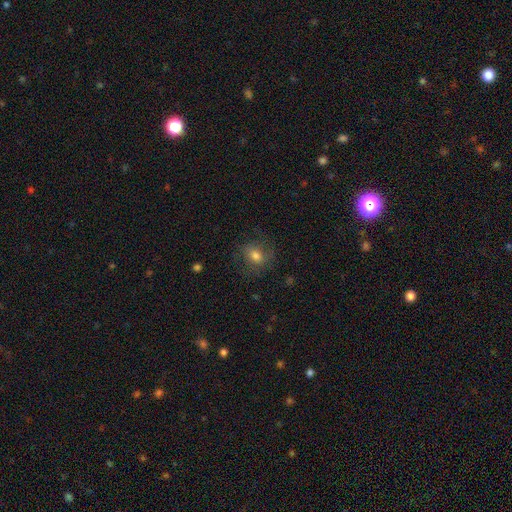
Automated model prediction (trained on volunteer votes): Overall: smooth (68%). How rounded: round (62%; in between 36%). Merging: none (70%).